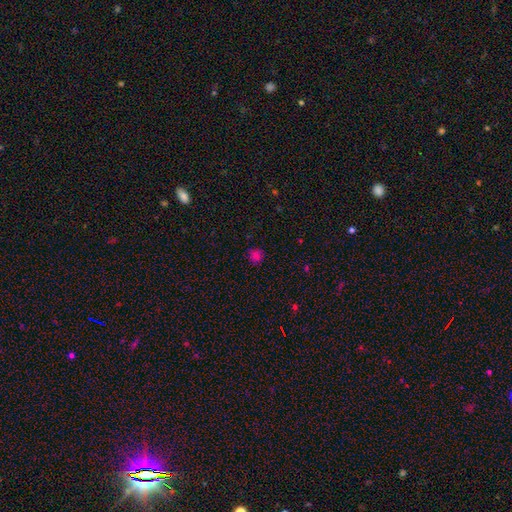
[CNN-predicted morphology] Smooth or featured? smooth (73%)
How rounded? round (88%)
Merging? none (84%)